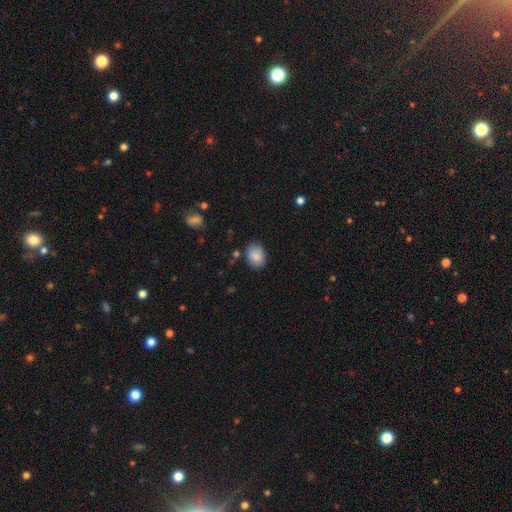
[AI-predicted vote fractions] This is clearly a smooth galaxy (86%). How rounded: possibly in between (60%). Merging: likely none (79%).